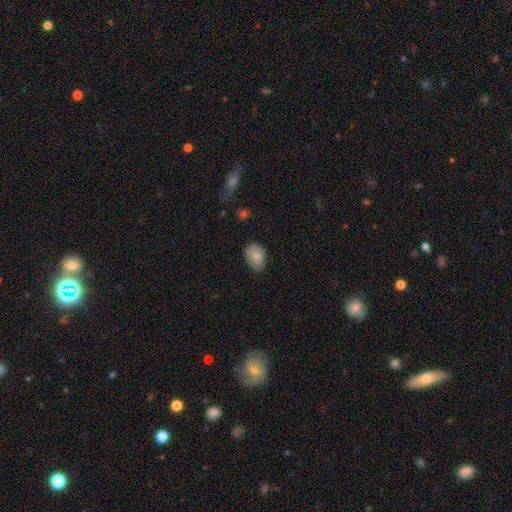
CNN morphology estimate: Overall: smooth (82%). How rounded: in between (82%). Merging: none (75%).